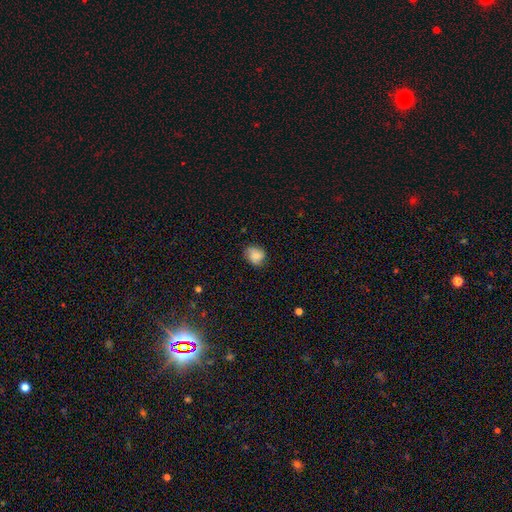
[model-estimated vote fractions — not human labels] Smooth or featured? smooth (73%)
How rounded? round (50%)
Merging? none (69%)